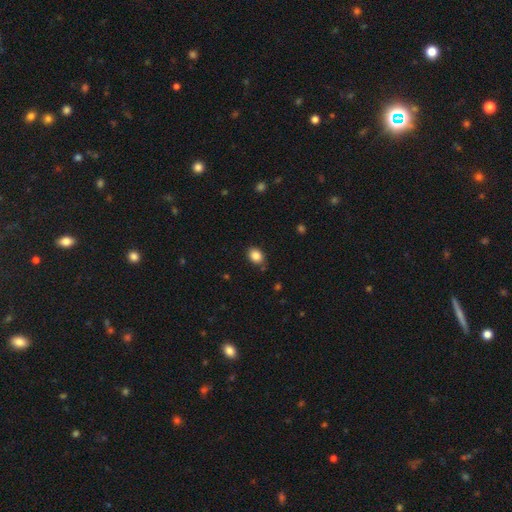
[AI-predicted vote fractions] This appears to be a smooth galaxy with no disk features (86%) that is in between round and cigar-shaped (60%). Merging: none (81%).